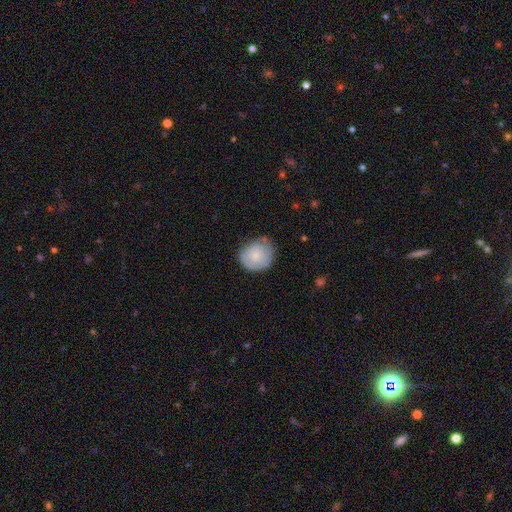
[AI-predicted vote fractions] This appears to be a smooth galaxy with no disk features (69%) that is round (77%). Merging: none (64%).